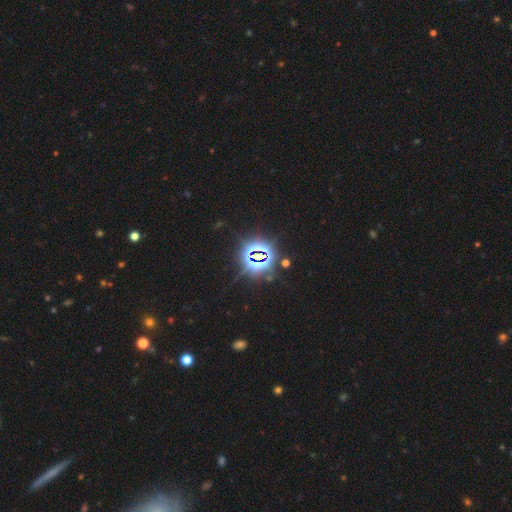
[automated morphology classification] smooth_or_featured: star or artifact (p=0.82) [alt: smooth p=0.10]